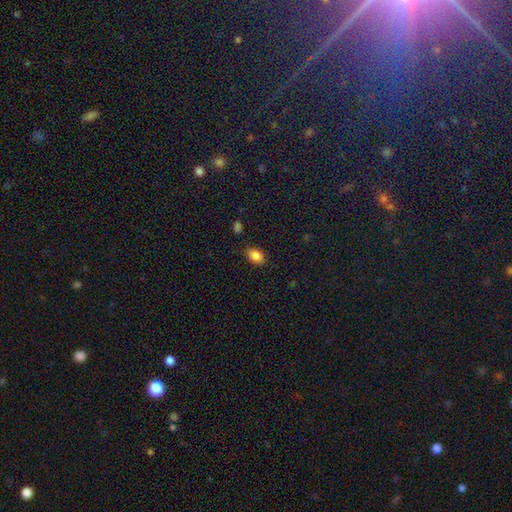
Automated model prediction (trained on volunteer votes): A smooth galaxy with no disk features (86%) that is in between round and cigar-shaped (81%). Merging: none (81%).